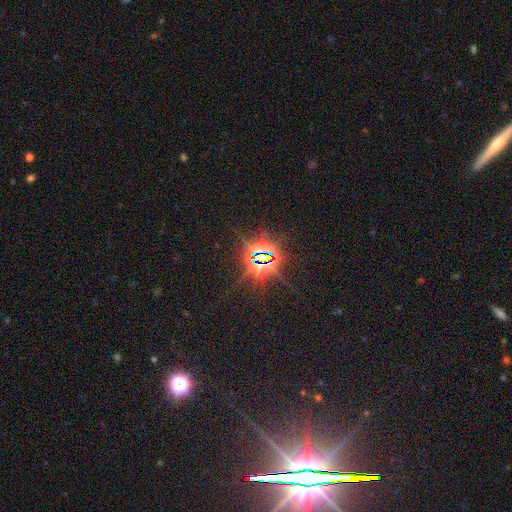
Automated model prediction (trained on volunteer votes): Smooth or featured? Predicted: star or artifact (p=0.86).